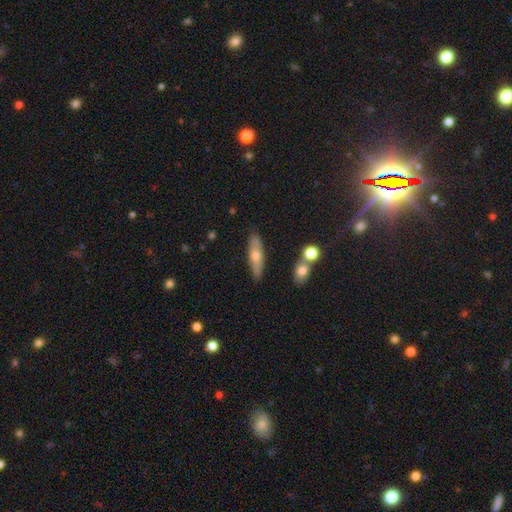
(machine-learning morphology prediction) A smooth galaxy with no disk features (54%) that is cigar-shaped (65%). Merging: none (82%).